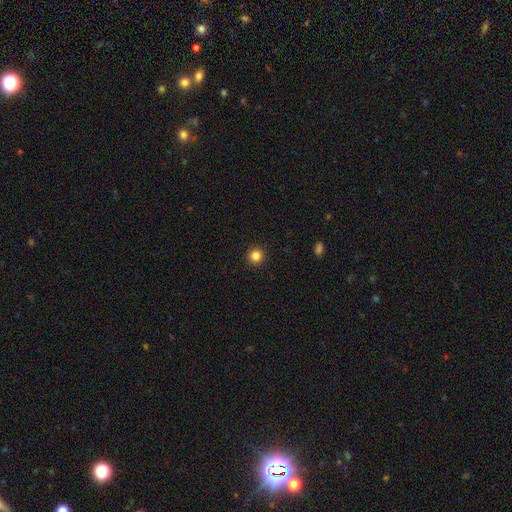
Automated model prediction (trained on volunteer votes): smooth_or_featured: smooth (p=0.84) [alt: star or artifact p=0.11]
how_rounded: round (p=0.95) [alt: in between p=0.04]
merging: none (p=0.93) [alt: minor disturbance p=0.04]